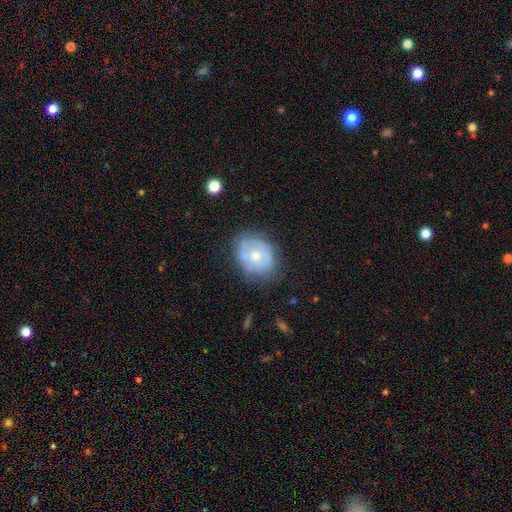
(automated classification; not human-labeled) Q: Smooth or featured?
A: featured or disk (51%); runner-up: smooth (41%)
Q: Edge-on disk?
A: no (96%); runner-up: yes (4%)
Q: Merging?
A: none (68%); runner-up: minor disturbance (23%)